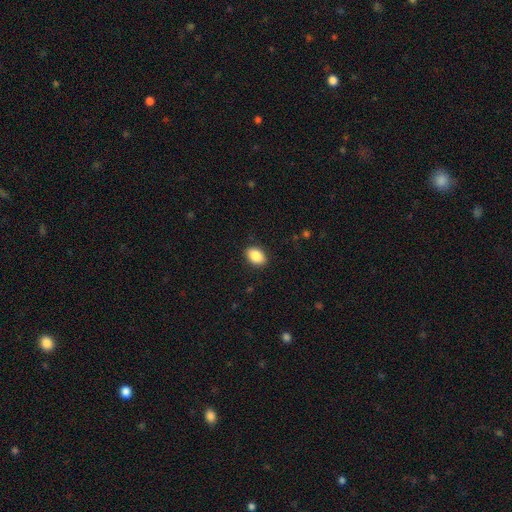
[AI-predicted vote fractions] Smooth or featured: smooth — 87% (star or artifact — 8%)
How rounded: in between — 83% (round — 16%)
Merging: none — 89% (minor disturbance — 8%)